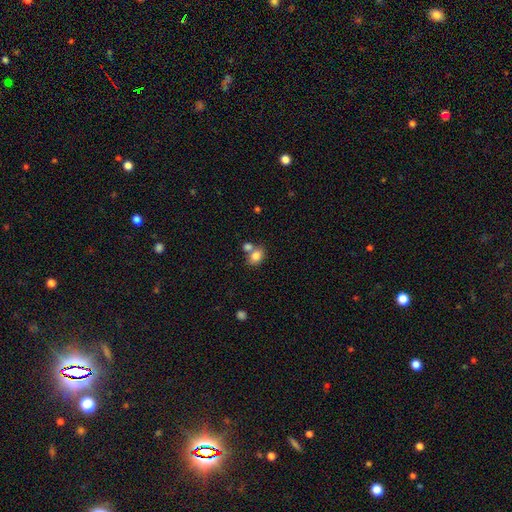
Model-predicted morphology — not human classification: Smooth or featured? Predicted: smooth (p=0.82). How rounded? Predicted: in between (p=0.64). Merging? Predicted: none (p=0.50).